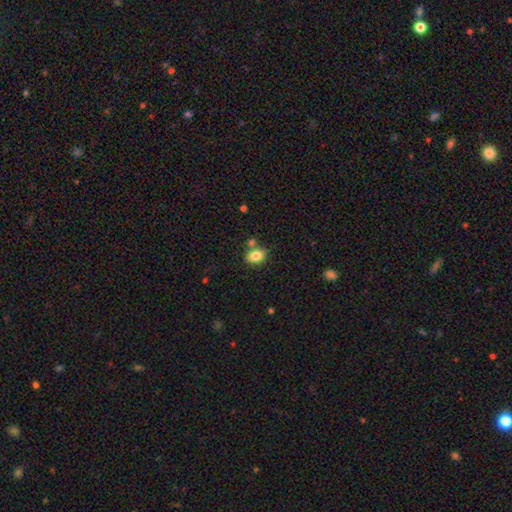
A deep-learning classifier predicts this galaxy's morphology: Q: Smooth or featured?
A: smooth (82%); runner-up: star or artifact (10%)
Q: How rounded?
A: in between (70%); runner-up: round (29%)
Q: Merging?
A: none (71%); runner-up: merger (14%)